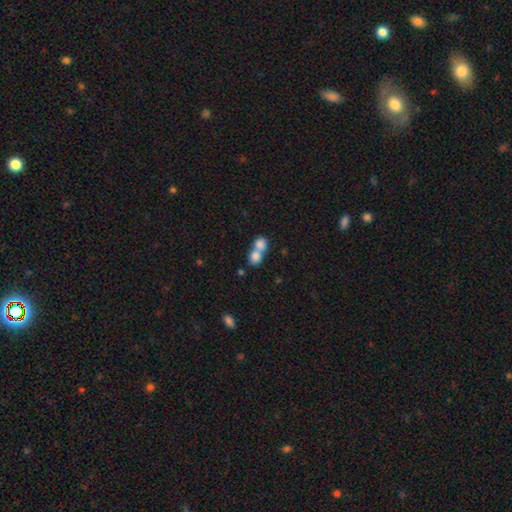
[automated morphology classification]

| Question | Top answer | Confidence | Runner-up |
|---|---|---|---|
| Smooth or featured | smooth | 79% | featured or disk (12%) |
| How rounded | round | 61% | in between (37%) |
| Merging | merger | 73% | none (20%) |